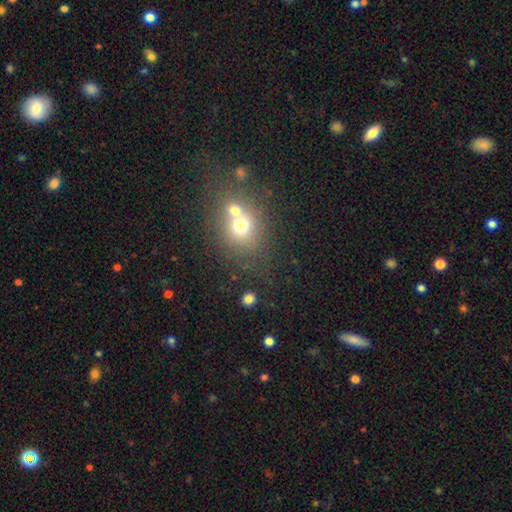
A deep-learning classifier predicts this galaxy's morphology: Smooth or featured?
  - smooth: 56% *
  - star or artifact: 30%
  - featured or disk: 14%
How rounded?
  - round: 58% *
  - in between: 39%
  - cigar-shaped: 2%
Merging?
  - none: 58% *
  - merger: 28%
  - minor disturbance: 10%
  - major disturbance: 5%